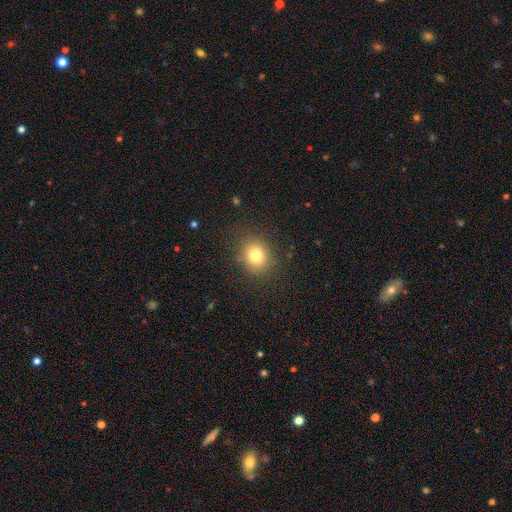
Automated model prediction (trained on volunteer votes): The model was most divided on "how rounded": round: 74%, in between: 25%, cigar-shaped: 1%. More confident: merging — none (85%); smooth or featured — smooth (77%).